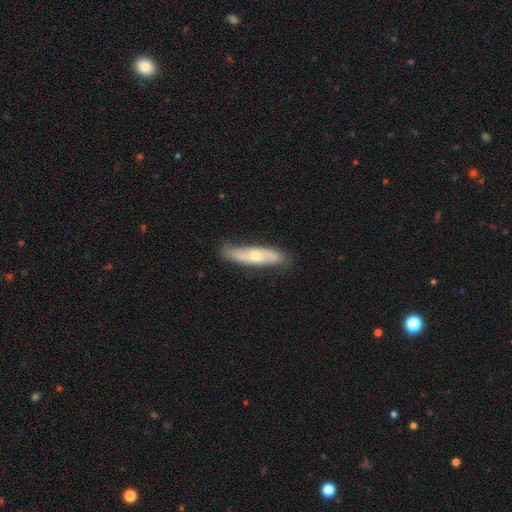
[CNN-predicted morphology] Smooth or featured? Predicted: featured or disk (p=0.49). Merging? Predicted: none (p=0.77).